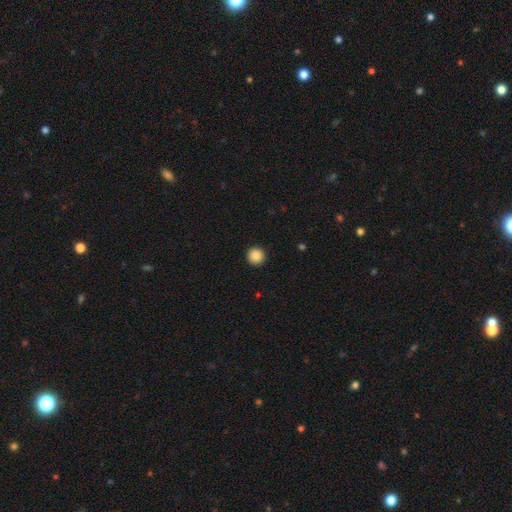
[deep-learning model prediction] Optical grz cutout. It shows a smooth galaxy with no disk features (88%) that is round (96%). Merging: none (93%).